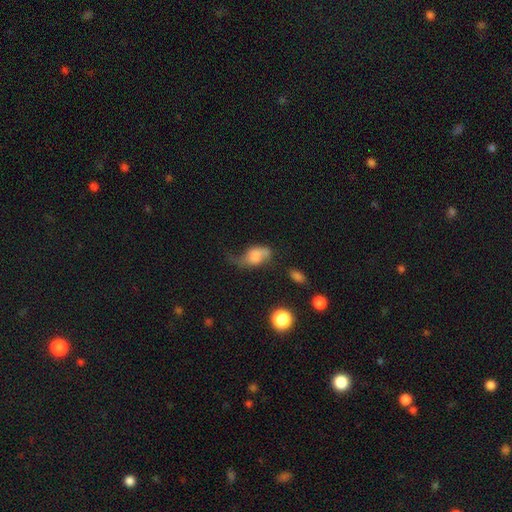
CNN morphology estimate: Overall: smooth (55%; featured or disk 34%). How rounded: in between (84%). Merging: major disturbance (37%; minor disturbance 29%).